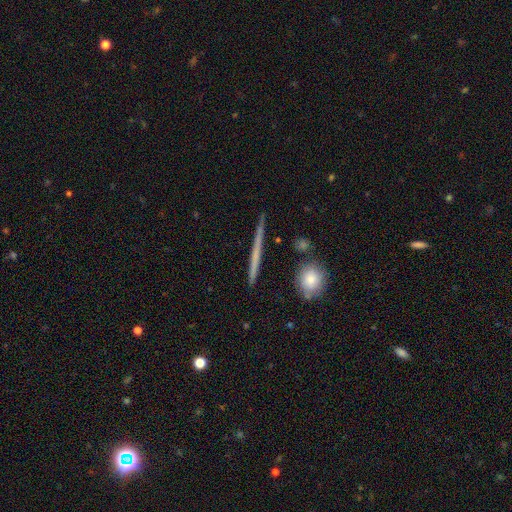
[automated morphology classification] Smooth or featured? Predicted: featured or disk (p=0.55). Edge-on disk? Predicted: yes (p=0.96). Edge-on bulge? Predicted: none (p=0.87). Merging? Predicted: none (p=0.90).